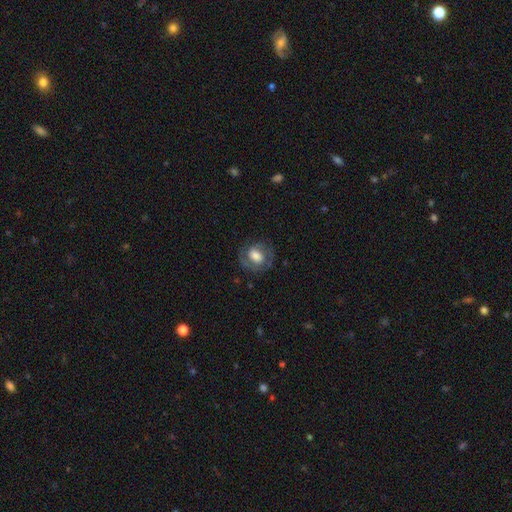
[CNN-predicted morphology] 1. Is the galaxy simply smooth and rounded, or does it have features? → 47% smooth, 45% featured or disk, 8% star or artifact.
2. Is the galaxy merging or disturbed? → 72% none, 17% minor disturbance, 10% major disturbance, 1% merger.